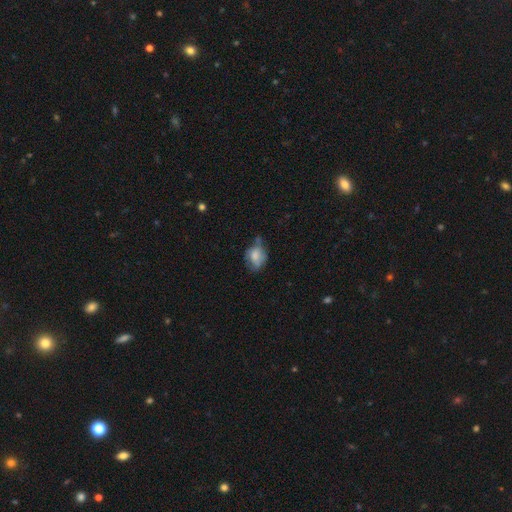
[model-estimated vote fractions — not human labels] smooth_or_featured: smooth (p=0.64) [alt: featured or disk p=0.27]
how_rounded: in between (p=0.64) [alt: round p=0.35]
merging: minor disturbance (p=0.36) [alt: none p=0.35]